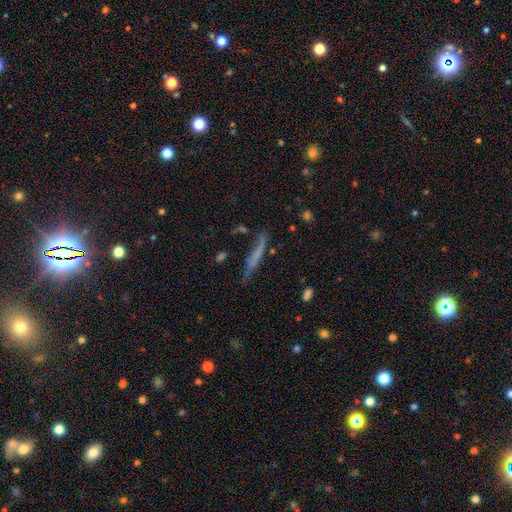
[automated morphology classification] Smooth or featured? Predicted: smooth (p=0.48). Merging? Predicted: none (p=0.53).